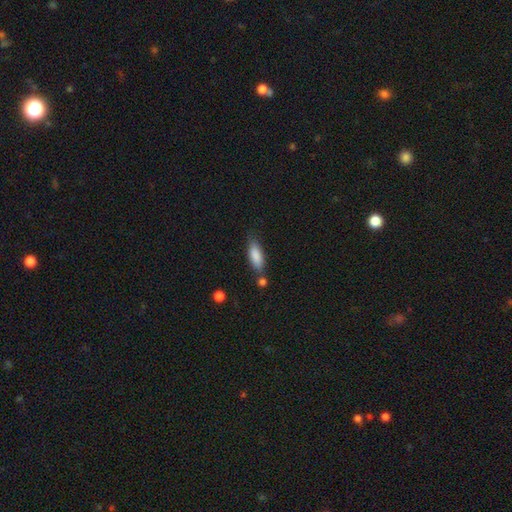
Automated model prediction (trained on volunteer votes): This is clearly a smooth galaxy (86%). How rounded: likely in between (69%). Merging: likely none (64%).